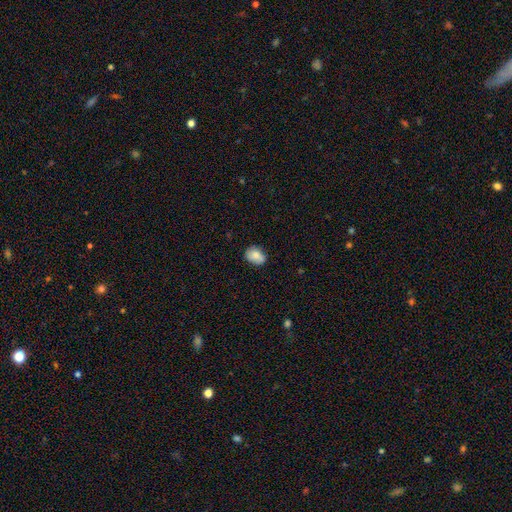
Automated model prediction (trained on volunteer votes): This appears to be a smooth galaxy with no disk features (77%) that is in between round and cigar-shaped (63%). Merging: none (63%).